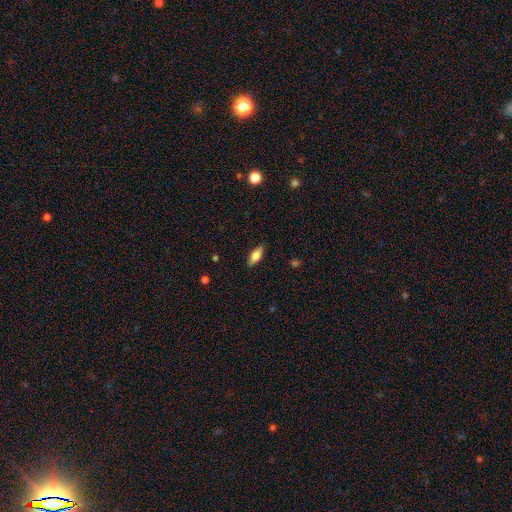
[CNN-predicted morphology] A smooth galaxy with no disk features (71%) that is in between round and cigar-shaped (79%). Merging: none (88%).